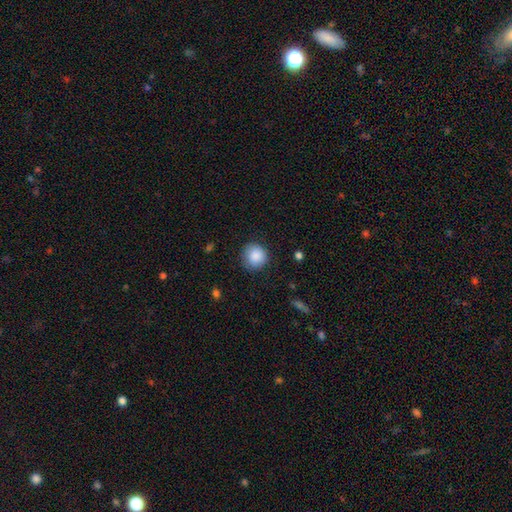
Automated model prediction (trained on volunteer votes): This appears to be a smooth galaxy with no disk features (87%) that is round (91%). Merging: none (81%).